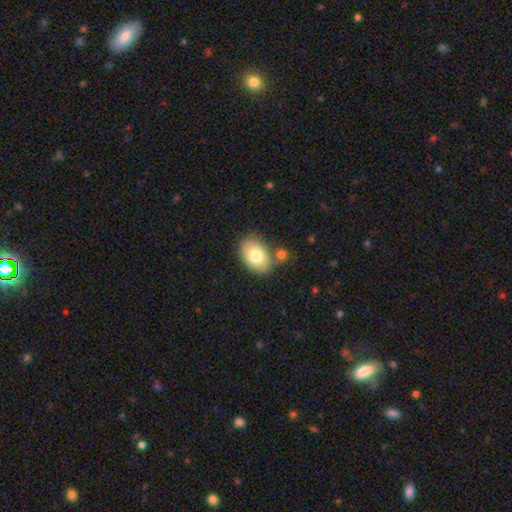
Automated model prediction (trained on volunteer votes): smooth_or_featured: smooth (p=0.77) [alt: featured or disk p=0.15]
how_rounded: in between (p=0.84) [alt: round p=0.15]
merging: none (p=0.69) [alt: merger p=0.14]